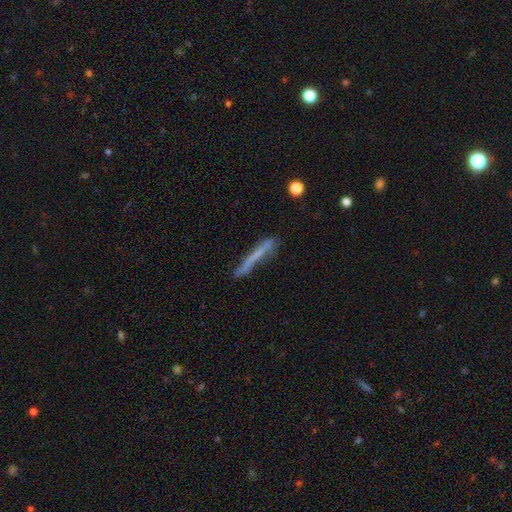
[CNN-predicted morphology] smooth-or-featured: smooth: 51% | featured or disk: 41% | star or artifact: 8%
  how-rounded: cigar-shaped: 95% | in between: 3% | round: 2%
  merging: none: 65% | minor disturbance: 22% | major disturbance: 8% | merger: 5%